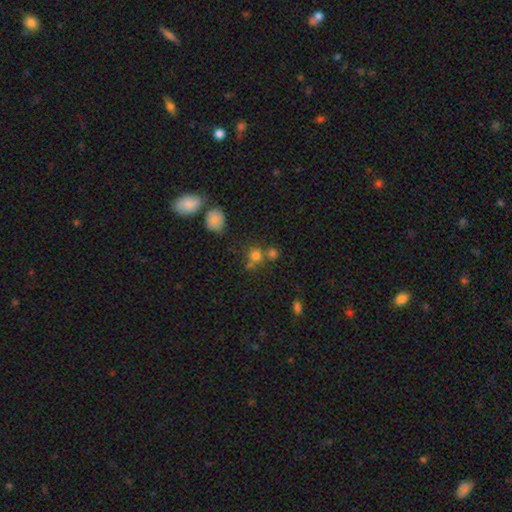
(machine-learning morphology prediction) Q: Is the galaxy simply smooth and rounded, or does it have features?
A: smooth — 74%.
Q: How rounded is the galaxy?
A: round — 87%.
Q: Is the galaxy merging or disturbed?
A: none — 59%.